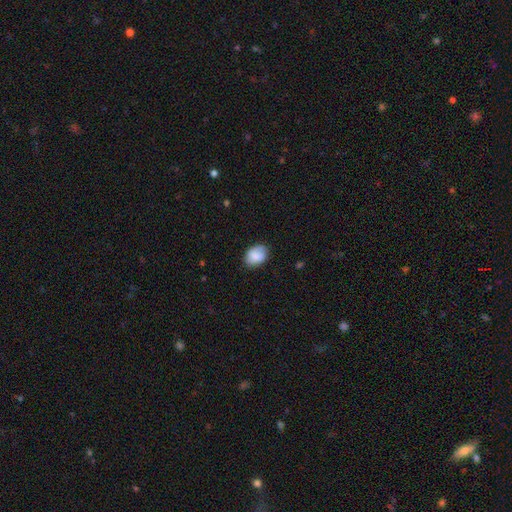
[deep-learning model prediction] Smooth or featured? smooth (79%)
How rounded? in between (73%)
Merging? none (72%)